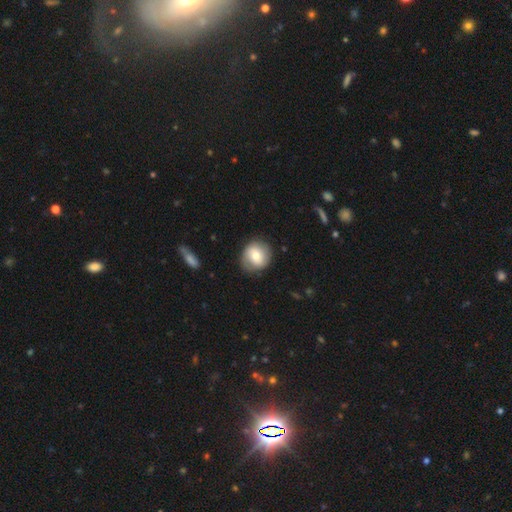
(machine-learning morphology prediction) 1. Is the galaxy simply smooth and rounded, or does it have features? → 60% smooth, 33% featured or disk, 7% star or artifact.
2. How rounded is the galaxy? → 84% round, 16% in between, 1% cigar-shaped.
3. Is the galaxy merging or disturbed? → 80% none, 14% minor disturbance, 4% major disturbance, 1% merger.